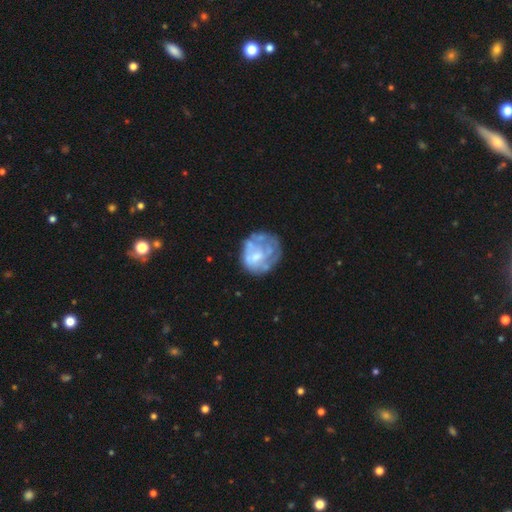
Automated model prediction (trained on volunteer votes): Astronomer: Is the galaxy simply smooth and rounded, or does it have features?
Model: featured or disk — 59%.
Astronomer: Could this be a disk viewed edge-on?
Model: no — 98%.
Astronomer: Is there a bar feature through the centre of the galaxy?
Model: no — 74%.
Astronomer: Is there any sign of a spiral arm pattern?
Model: no — 70%.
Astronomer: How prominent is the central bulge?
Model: moderate — 35% (runner-up: none, 33%).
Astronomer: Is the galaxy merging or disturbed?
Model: none — 50%.